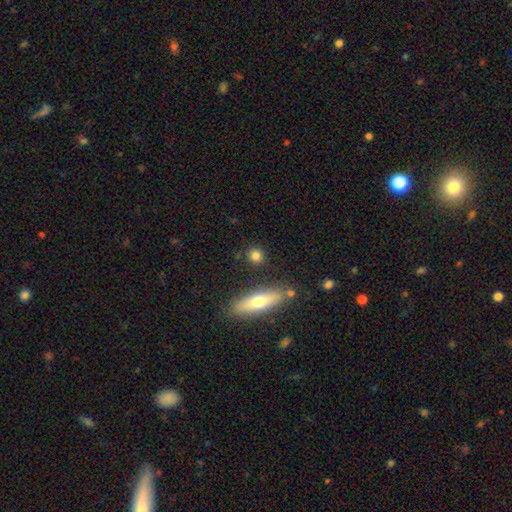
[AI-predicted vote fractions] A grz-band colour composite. It shows a smooth galaxy with no disk features (81%) that is round (79%). Merging: none (84%).